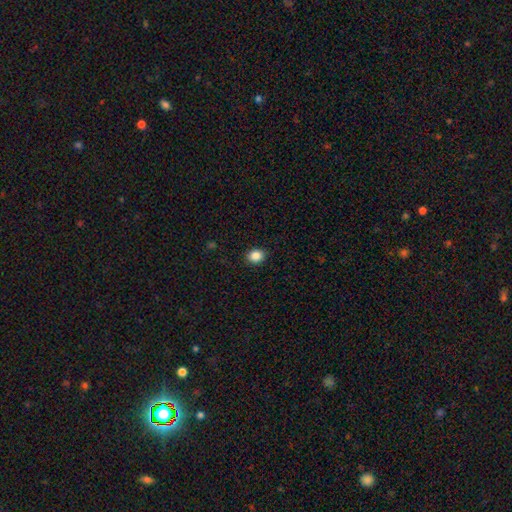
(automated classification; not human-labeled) The model was most divided on "how rounded": round: 57%, in between: 42%, cigar-shaped: 1%. More confident: merging — none (90%); smooth or featured — smooth (87%).